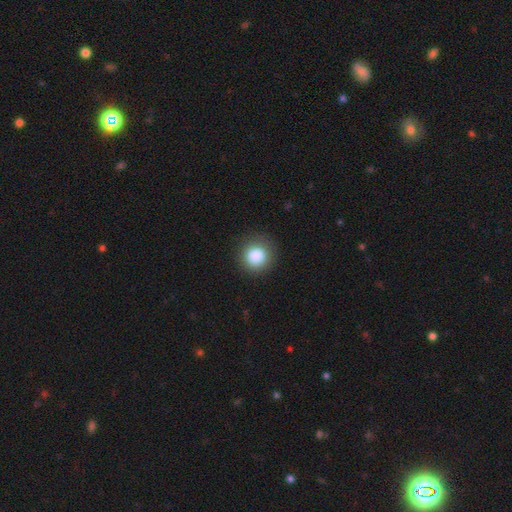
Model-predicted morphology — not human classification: This appears to be a smooth galaxy with no disk features (85%) that is round (91%). Merging: none (88%).